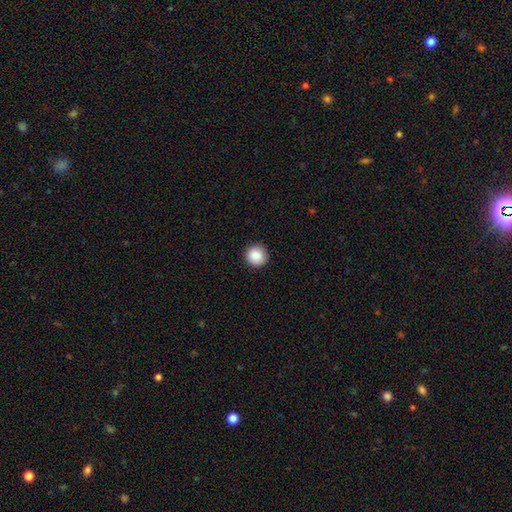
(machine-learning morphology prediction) smooth 88%, star or artifact 8%, featured or disk 4%. Down the decision tree: how rounded — round (95%); merging — none (92%).